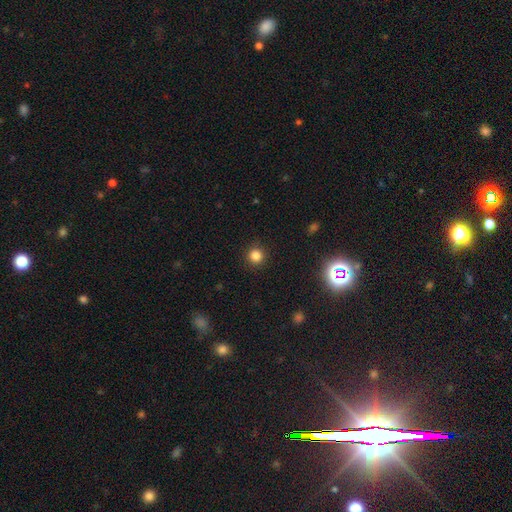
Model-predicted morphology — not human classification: smooth-or-featured: smooth: 83% | star or artifact: 13% | featured or disk: 4%
  how-rounded: round: 94% | in between: 5% | cigar-shaped: 1%
  merging: none: 91% | minor disturbance: 6% | major disturbance: 2% | merger: 1%